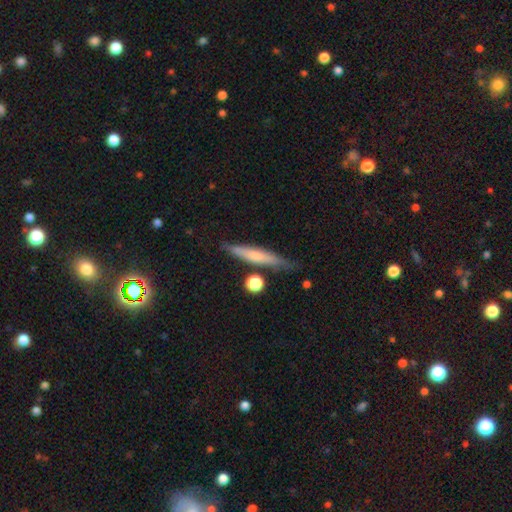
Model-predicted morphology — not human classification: type=smooth (57%); roundness=cigar-shaped (90%); merging=none (75%).